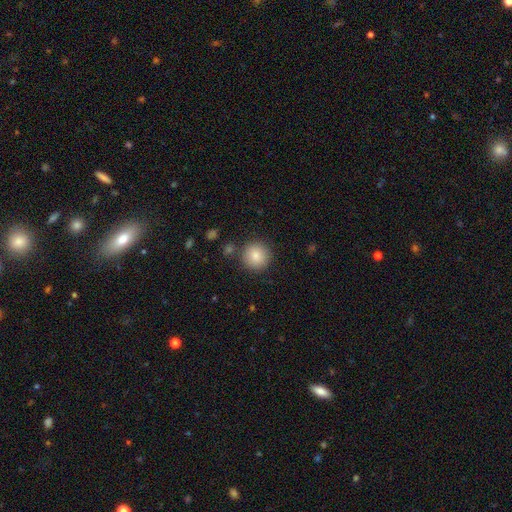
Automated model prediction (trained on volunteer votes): smooth-or-featured: smooth: 84% | star or artifact: 9% | featured or disk: 7%
  how-rounded: round: 95% | in between: 4% | cigar-shaped: 1%
  merging: none: 87% | minor disturbance: 7% | merger: 3% | major disturbance: 3%